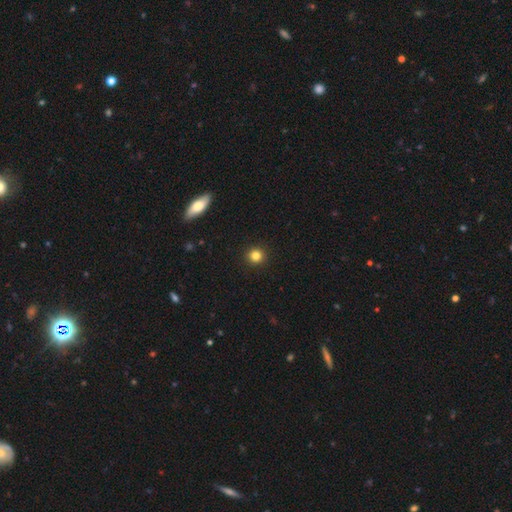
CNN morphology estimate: Overall: smooth (84%). How rounded: round (94%). Merging: none (93%).